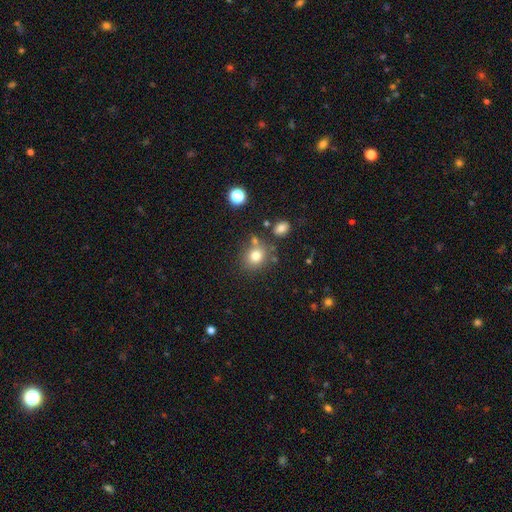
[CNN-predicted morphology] smooth 78%, star or artifact 13%, featured or disk 9%. Down the decision tree: how rounded — round (77%); merging — none (70%).